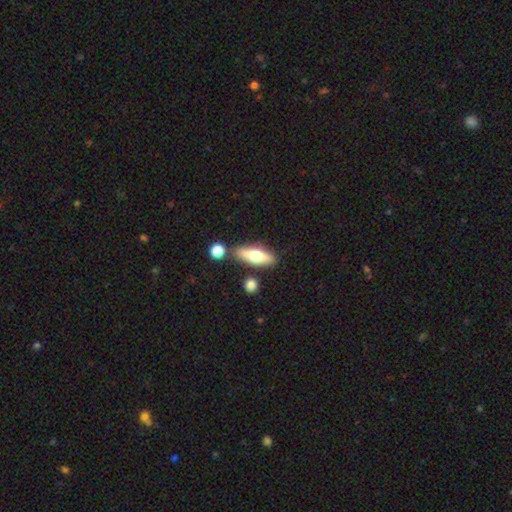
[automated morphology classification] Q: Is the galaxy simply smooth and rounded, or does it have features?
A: smooth — 57%.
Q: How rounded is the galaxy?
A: in between — 50%.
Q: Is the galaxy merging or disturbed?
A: none — 77%.